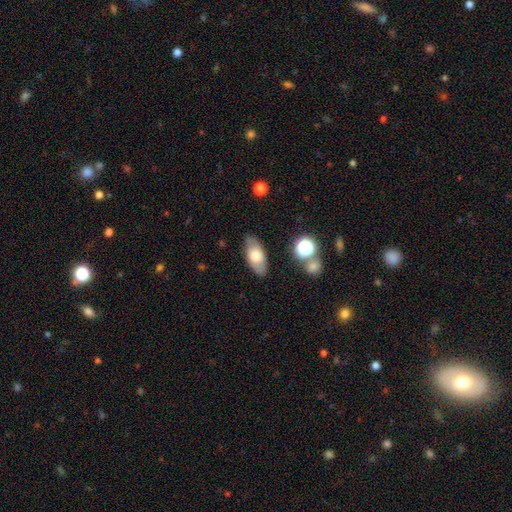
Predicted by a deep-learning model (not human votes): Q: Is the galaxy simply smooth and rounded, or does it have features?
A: smooth — 64%.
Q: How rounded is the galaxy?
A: in between — 88%.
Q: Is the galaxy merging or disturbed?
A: none — 80%.